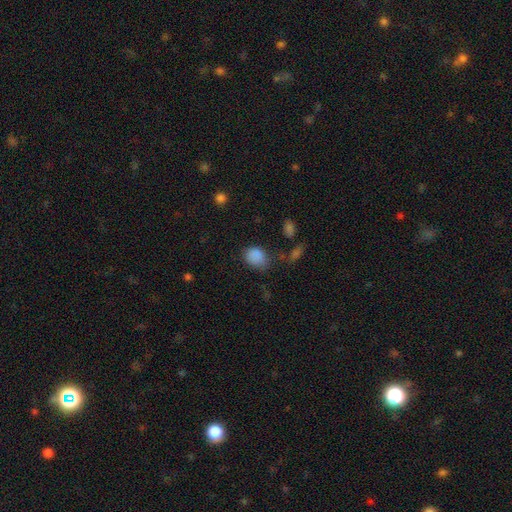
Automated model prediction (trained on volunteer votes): This is clearly a smooth galaxy (84%). How rounded: possibly in between (55%). Merging: possibly none (58%).